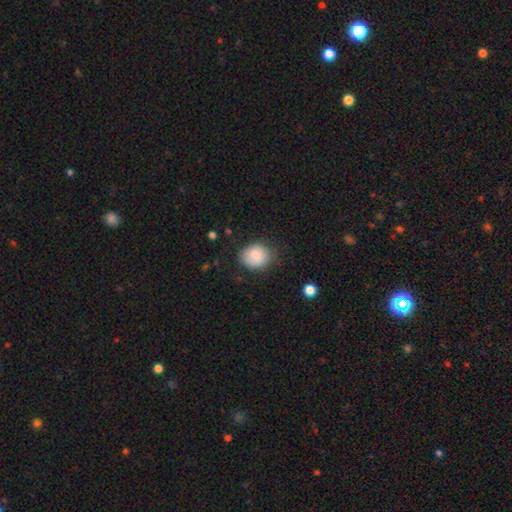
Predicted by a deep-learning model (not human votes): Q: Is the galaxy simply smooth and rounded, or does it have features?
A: smooth — 83%.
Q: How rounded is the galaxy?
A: round — 59%.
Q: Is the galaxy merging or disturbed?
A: none — 73%.